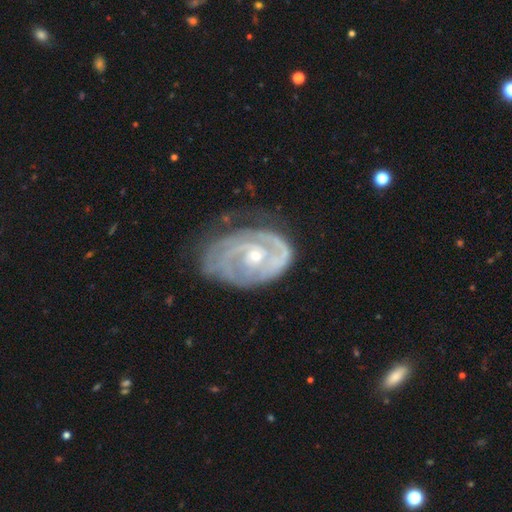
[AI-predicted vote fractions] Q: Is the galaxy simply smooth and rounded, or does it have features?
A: featured or disk — 87%.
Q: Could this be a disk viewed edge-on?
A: no — 97%.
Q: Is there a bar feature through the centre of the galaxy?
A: no — 70%.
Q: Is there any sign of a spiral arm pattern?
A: yes — 93%.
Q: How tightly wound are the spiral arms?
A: tight — 68%.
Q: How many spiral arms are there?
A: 2 — 41%.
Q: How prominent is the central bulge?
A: small — 61%.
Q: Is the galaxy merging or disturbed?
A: none — 53%.